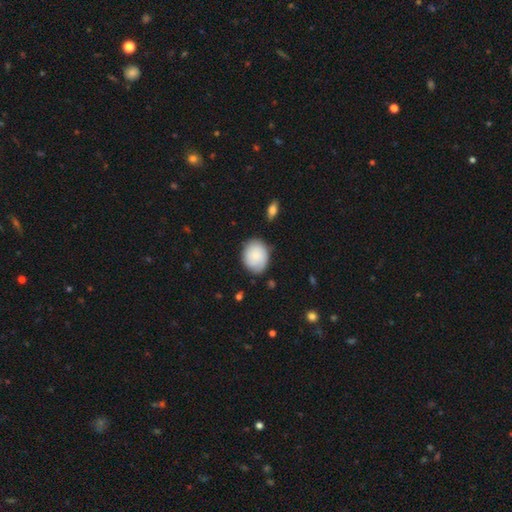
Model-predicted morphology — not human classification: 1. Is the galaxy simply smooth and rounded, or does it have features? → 81% smooth, 13% featured or disk, 6% star or artifact.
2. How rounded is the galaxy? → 50% round, 49% in between, 1% cigar-shaped.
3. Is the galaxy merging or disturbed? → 76% none, 18% minor disturbance, 3% major disturbance, 2% merger.